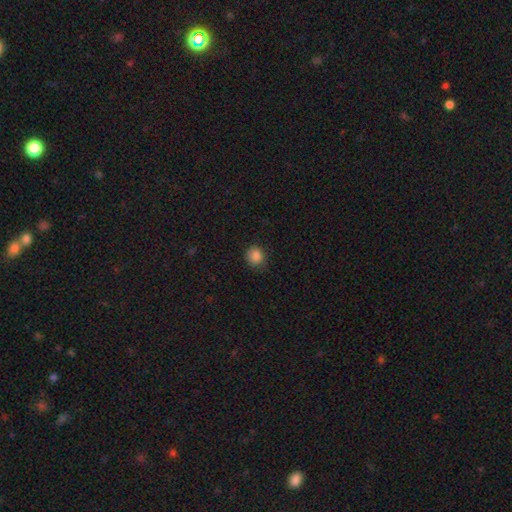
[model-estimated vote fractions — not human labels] Smooth or featured? smooth (86%)
How rounded? round (76%)
Merging? none (78%)